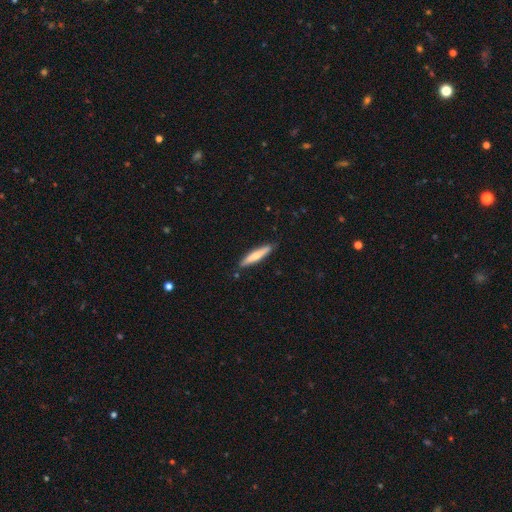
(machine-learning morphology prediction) A smooth galaxy with no disk features (63%) that is cigar-shaped (90%). Merging: none (86%).